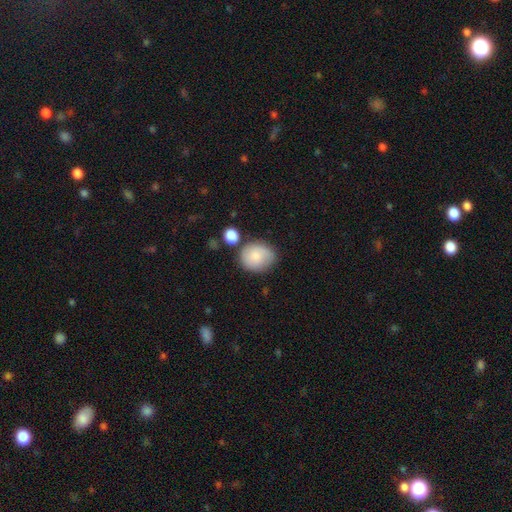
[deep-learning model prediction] smooth_or_featured: smooth (p=0.77) [alt: featured or disk p=0.15]
how_rounded: round (p=0.69) [alt: in between p=0.30]
merging: none (p=0.66) [alt: minor disturbance p=0.20]